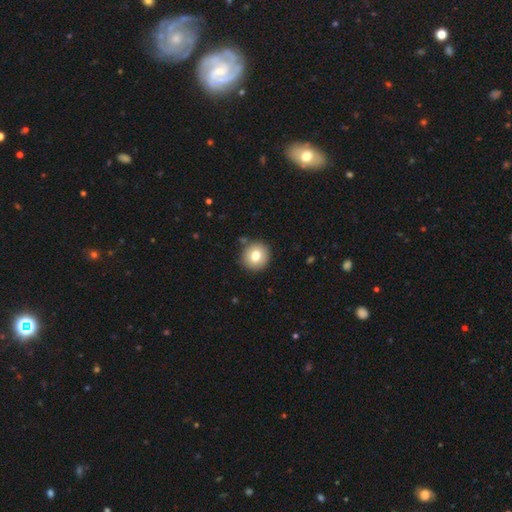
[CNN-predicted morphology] The model was most divided on "smooth or featured": smooth: 76%, featured or disk: 14%, star or artifact: 10%. More confident: how rounded — round (92%); merging — none (88%).